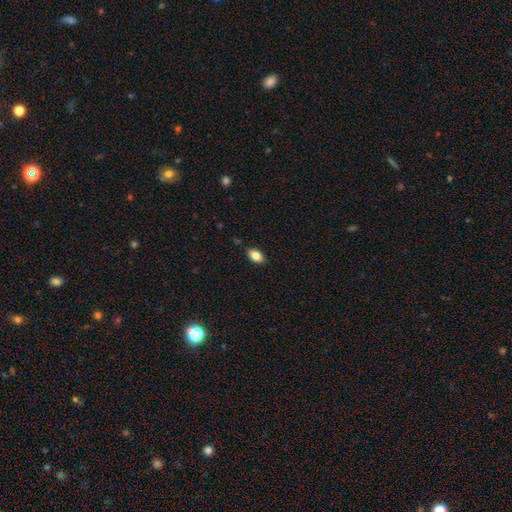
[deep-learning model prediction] This appears to be a smooth galaxy with no disk features (82%) that is in between round and cigar-shaped (90%). Merging: none (86%).